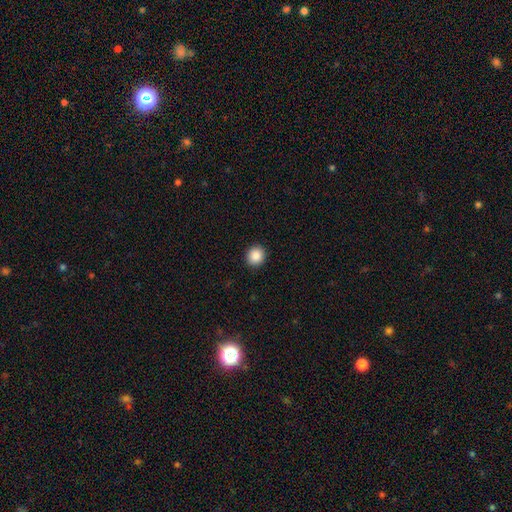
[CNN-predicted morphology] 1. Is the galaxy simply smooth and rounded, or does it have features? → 87% smooth, 9% star or artifact, 4% featured or disk.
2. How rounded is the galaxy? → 87% round, 12% in between, 1% cigar-shaped.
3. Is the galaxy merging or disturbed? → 92% none, 5% minor disturbance, 2% major disturbance, 1% merger.